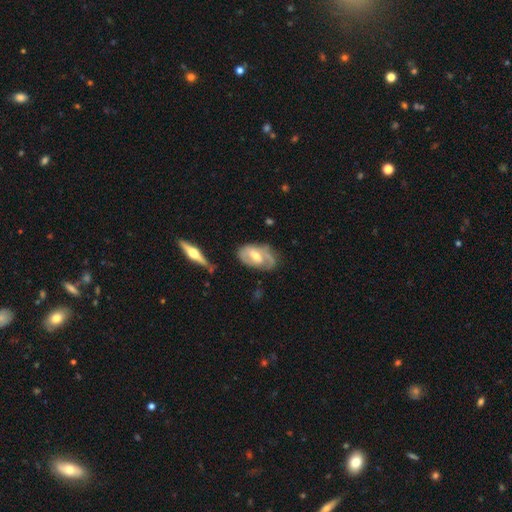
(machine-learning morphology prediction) This appears to be a featured or disk galaxy (71%) with a weak bar (46%), 2 (56%) tight (40%, tied with medium) spiral arms (77%) and a moderate central bulge (64%). Merging: none (55%).